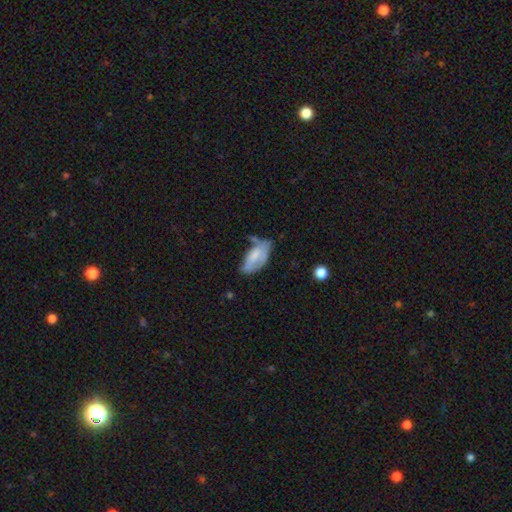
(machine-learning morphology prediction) A smooth galaxy with no disk features (67%) that is in between round and cigar-shaped (89%). Merging: minor disturbance (37%).